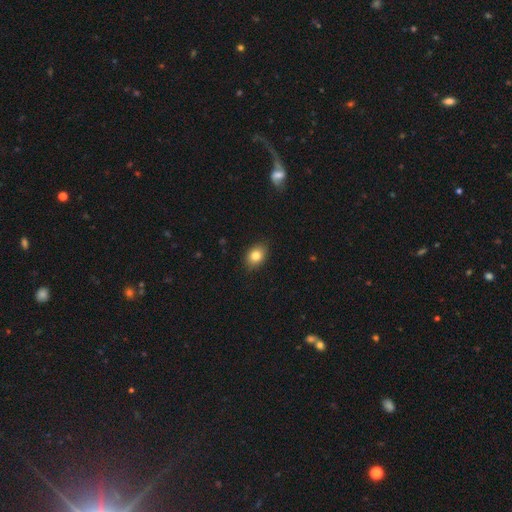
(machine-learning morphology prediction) The model was most divided on "how rounded": in between: 70%, round: 29%, cigar-shaped: 1%. More confident: merging — none (86%); smooth or featured — smooth (83%).